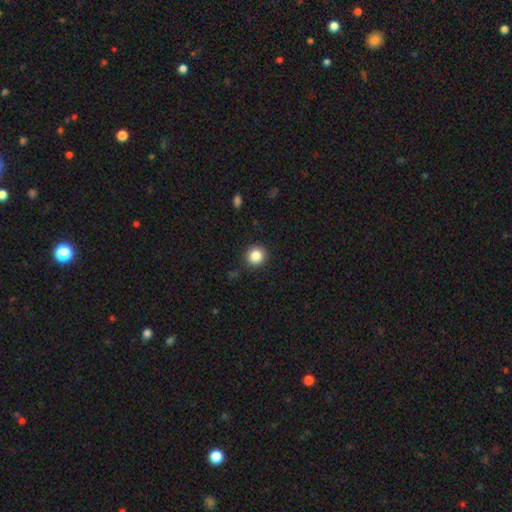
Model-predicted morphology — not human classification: Smooth or featured: smooth — 85% (star or artifact — 10%)
How rounded: round — 93% (in between — 6%)
Merging: none — 91% (minor disturbance — 6%)